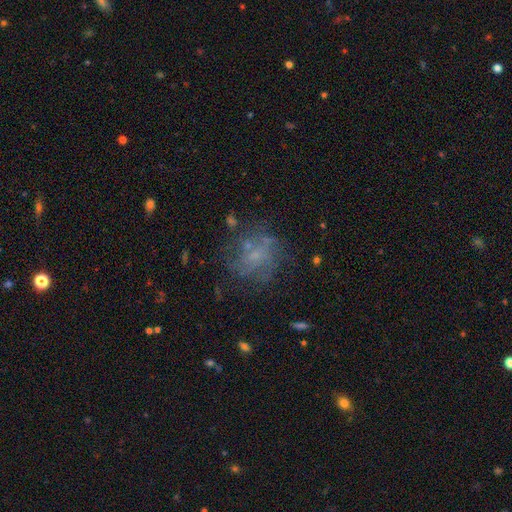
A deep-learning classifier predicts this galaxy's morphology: This is possibly a featured or disk galaxy (48%). Merging: likely none (64%).